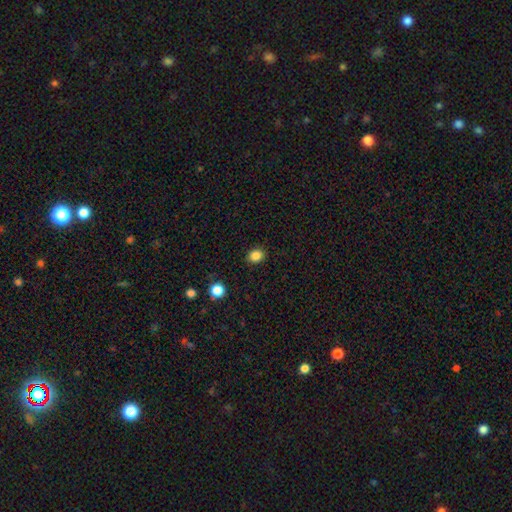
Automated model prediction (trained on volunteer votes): Smooth or featured? smooth (84%)
How rounded? round (63%)
Merging? none (90%)